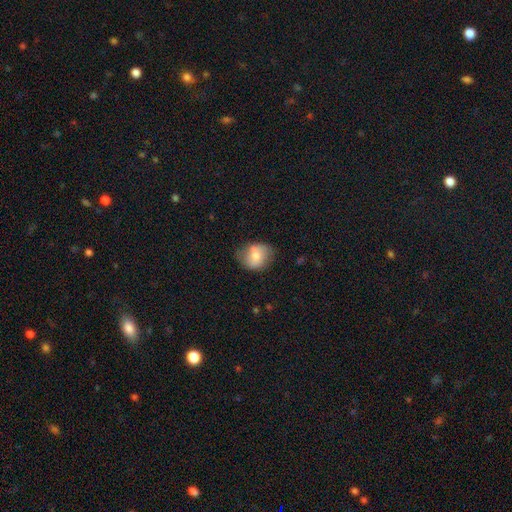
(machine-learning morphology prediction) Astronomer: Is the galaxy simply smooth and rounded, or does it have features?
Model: smooth — 63%.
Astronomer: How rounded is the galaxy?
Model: in between — 50% (runner-up: round, 49%).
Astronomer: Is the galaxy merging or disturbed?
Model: none — 61%.